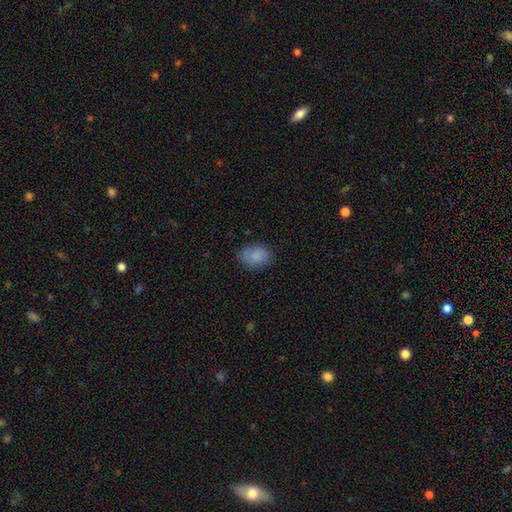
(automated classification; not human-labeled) Morphology: type=smooth (79%); roundness=in between (61%); merging=none (72%).